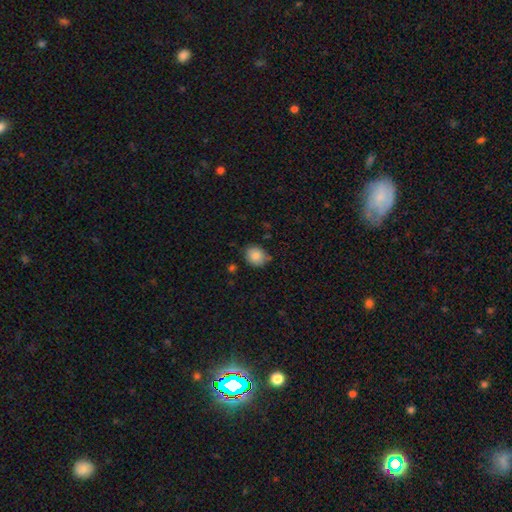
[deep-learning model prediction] Smooth or featured? smooth (85%)
How rounded? round (71%)
Merging? none (78%)